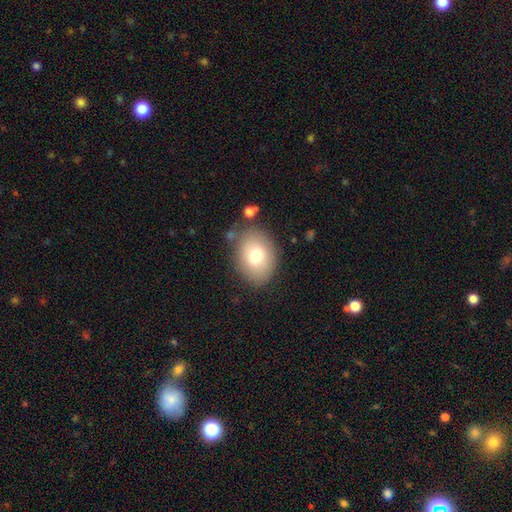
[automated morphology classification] smooth_or_featured: smooth (p=0.76) [alt: featured or disk p=0.15]
how_rounded: in between (p=0.66) [alt: round p=0.33]
merging: none (p=0.78) [alt: minor disturbance p=0.14]